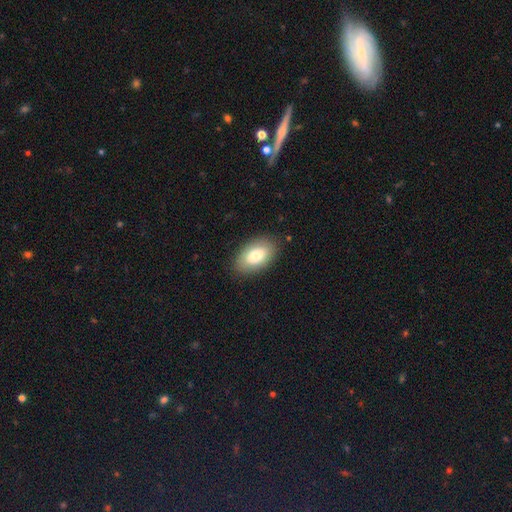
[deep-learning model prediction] Overall: smooth (77%). How rounded: in between (92%). Merging: none (86%).